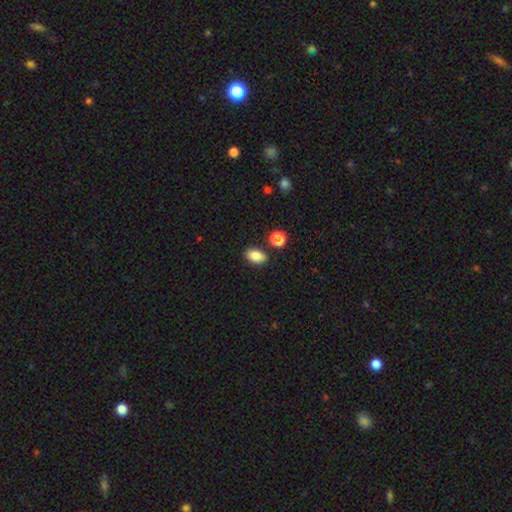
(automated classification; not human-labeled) Smooth or featured? smooth (83%)
How rounded? in between (87%)
Merging? none (83%)